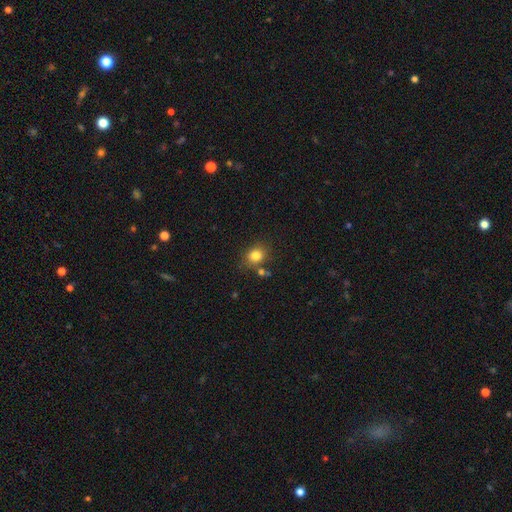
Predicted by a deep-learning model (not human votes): smooth_or_featured: smooth (p=0.81) [alt: star or artifact p=0.12]
how_rounded: round (p=0.68) [alt: in between p=0.31]
merging: none (p=0.74) [alt: minor disturbance p=0.12]